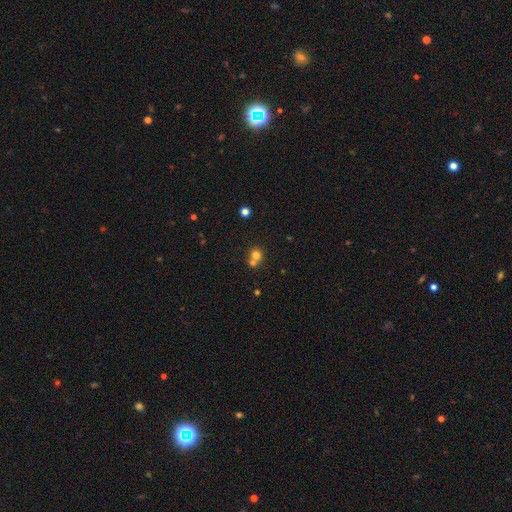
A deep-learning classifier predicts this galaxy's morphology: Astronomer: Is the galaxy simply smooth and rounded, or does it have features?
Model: smooth — 73%.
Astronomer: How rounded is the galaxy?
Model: round — 86%.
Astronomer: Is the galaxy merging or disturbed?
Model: merger — 47% (runner-up: none, 45%).